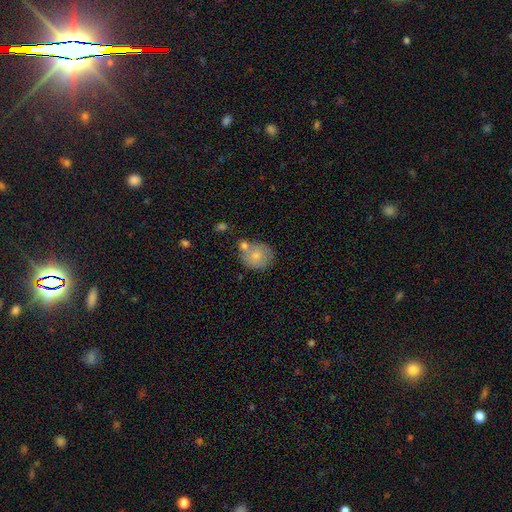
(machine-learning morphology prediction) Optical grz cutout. It shows a smooth galaxy with no disk features (75%) that is round (76%). Merging: none (51%).